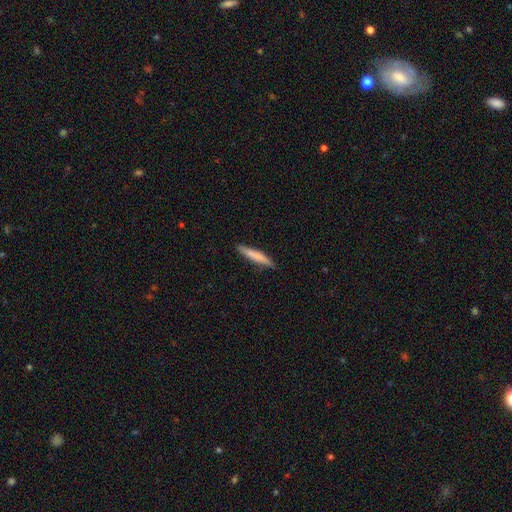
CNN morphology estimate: Overall: smooth (73%). How rounded: cigar-shaped (93%). Merging: none (86%).